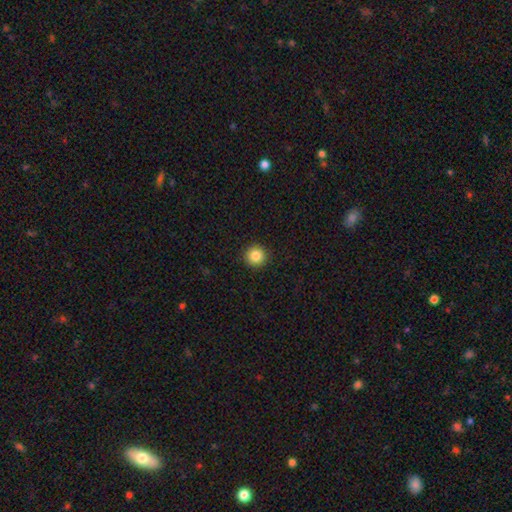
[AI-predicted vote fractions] Smooth or featured?
  - smooth: 85% *
  - star or artifact: 11%
  - featured or disk: 5%
How rounded?
  - round: 95% *
  - in between: 4%
  - cigar-shaped: 1%
Merging?
  - none: 93% *
  - minor disturbance: 5%
  - major disturbance: 2%
  - merger: 1%